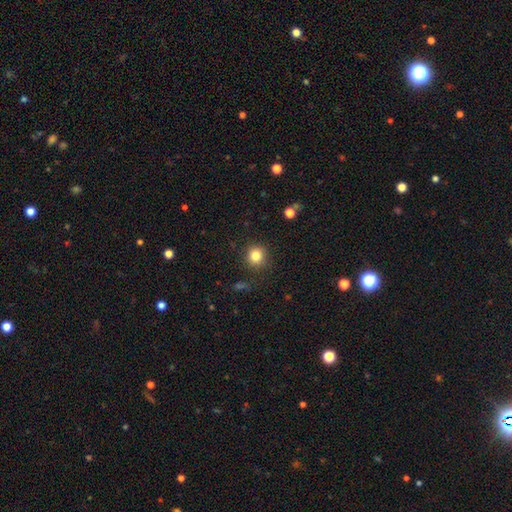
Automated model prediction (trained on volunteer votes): Smooth or featured: smooth — 82% (star or artifact — 12%)
How rounded: round — 91% (in between — 8%)
Merging: none — 89% (minor disturbance — 7%)